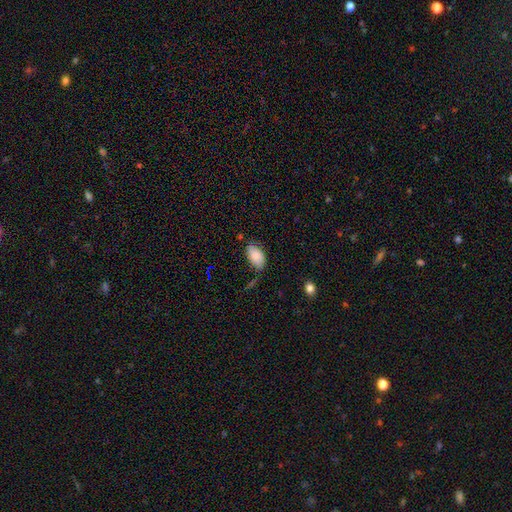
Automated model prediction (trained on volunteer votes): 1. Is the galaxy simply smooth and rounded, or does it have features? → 82% smooth, 11% featured or disk, 7% star or artifact.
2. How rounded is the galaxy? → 94% in between, 4% round, 2% cigar-shaped.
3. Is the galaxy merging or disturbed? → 63% none, 25% minor disturbance, 7% major disturbance, 5% merger.